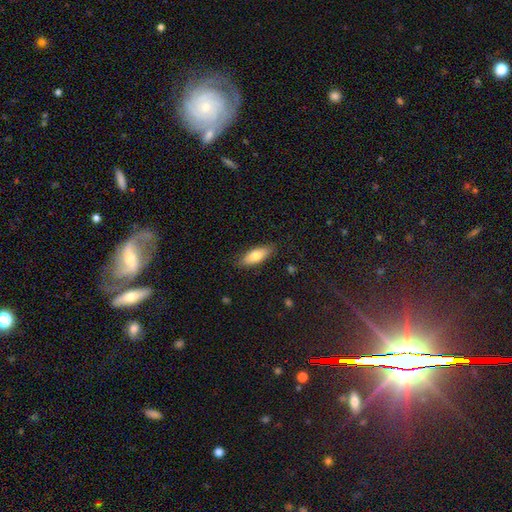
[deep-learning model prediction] Smooth or featured: smooth — 74% (featured or disk — 20%)
How rounded: in between — 71% (cigar-shaped — 26%)
Merging: none — 85% (minor disturbance — 11%)